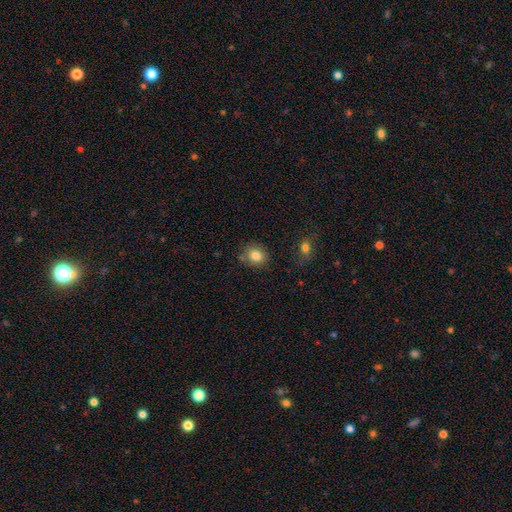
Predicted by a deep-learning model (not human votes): smooth 83%, star or artifact 10%, featured or disk 7%. Down the decision tree: how rounded — round (64%); merging — none (75%).